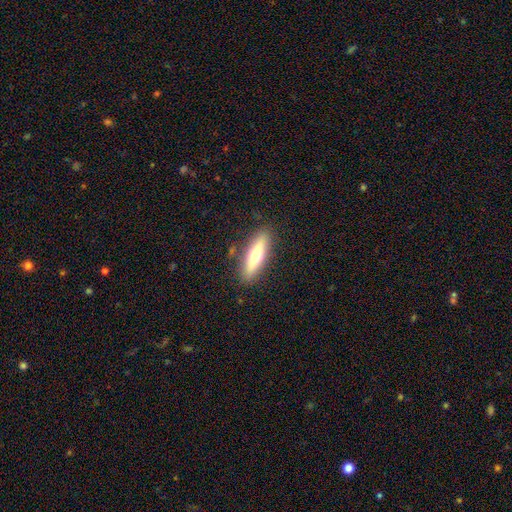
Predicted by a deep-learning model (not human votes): This is possibly a smooth galaxy (55%). How rounded: likely cigar-shaped (66%). Merging: clearly none (87%).